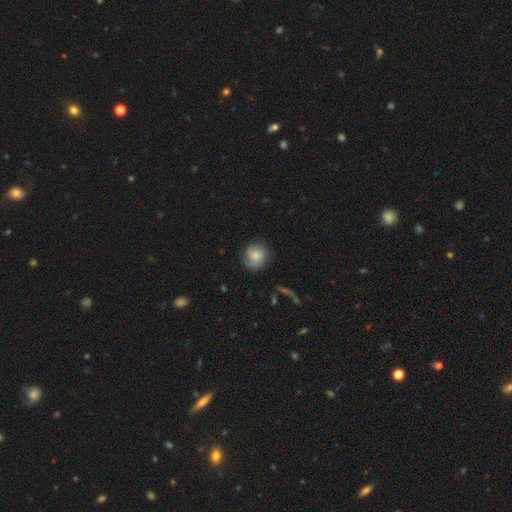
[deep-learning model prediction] smooth-or-featured: smooth: 71% | featured or disk: 21% | star or artifact: 8%
  how-rounded: round: 84% | in between: 15% | cigar-shaped: 1%
  merging: none: 69% | minor disturbance: 22% | major disturbance: 7% | merger: 1%